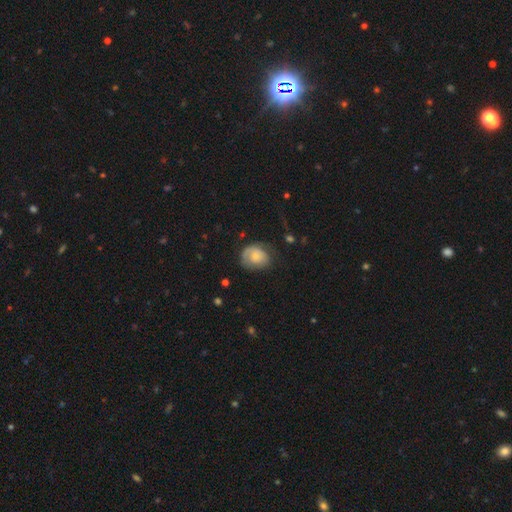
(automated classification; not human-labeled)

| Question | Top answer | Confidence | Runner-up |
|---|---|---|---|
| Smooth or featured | smooth | 60% | featured or disk (33%) |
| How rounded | round | 57% | in between (42%) |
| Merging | none | 59% | minor disturbance (26%) |